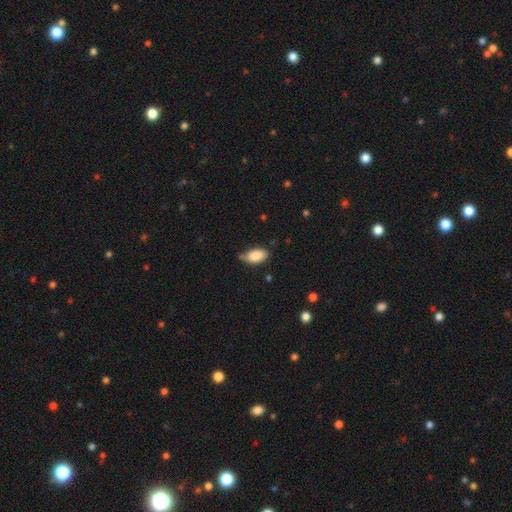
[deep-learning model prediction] This is clearly a smooth galaxy (83%). How rounded: clearly in between (92%). Merging: possibly none (57%).